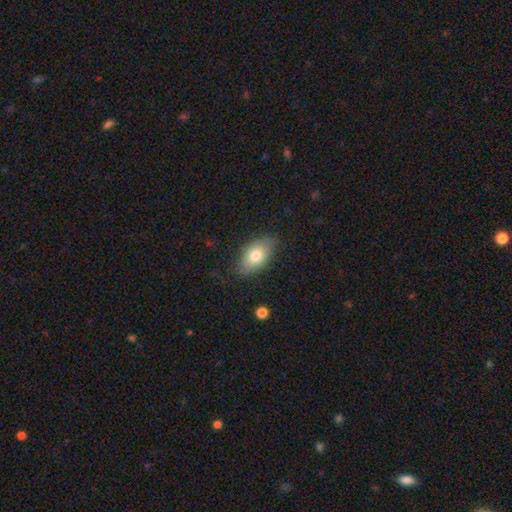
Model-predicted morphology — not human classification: A smooth galaxy with no disk features (74%) that is in between round and cigar-shaped (91%).

Vote fractions:
- Smooth or featured? smooth: 74% / featured or disk: 19% / star or artifact: 7%
- How rounded? in between: 91% / round: 6% / cigar-shaped: 3%
- Merging? none: 77% / minor disturbance: 18% / major disturbance: 4% / merger: 1%